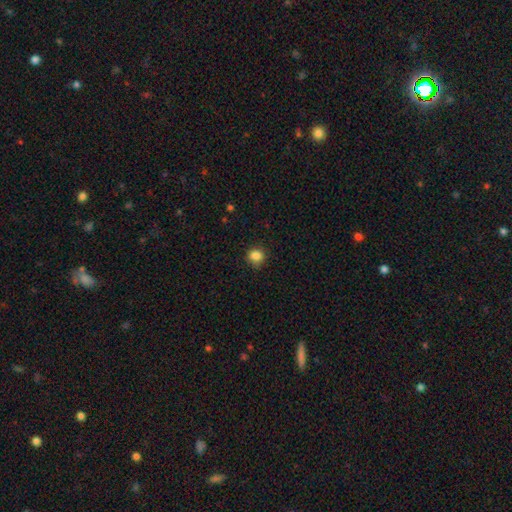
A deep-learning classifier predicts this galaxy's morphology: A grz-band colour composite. It shows a smooth galaxy with no disk features (86%) that is round (82%). Merging: none (83%).